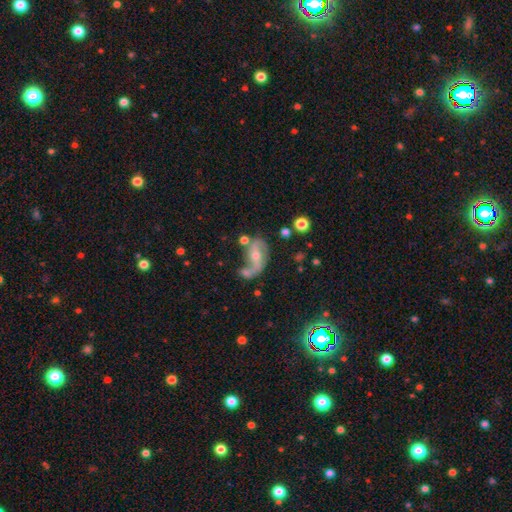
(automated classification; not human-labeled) Morphology: type=featured or disk (75%); edge-on=no (96%); bar=no (46%); spiral arms=yes (87%); winding=loose (73%); arm count=2 (77%); bulge=small (47%); merging=none (37%).